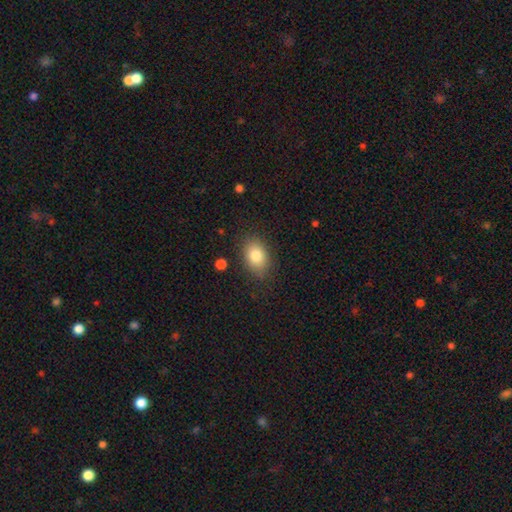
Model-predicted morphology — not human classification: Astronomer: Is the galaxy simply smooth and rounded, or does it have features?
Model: smooth — 82%.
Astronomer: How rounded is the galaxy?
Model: in between — 78%.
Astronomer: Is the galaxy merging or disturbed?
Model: none — 83%.